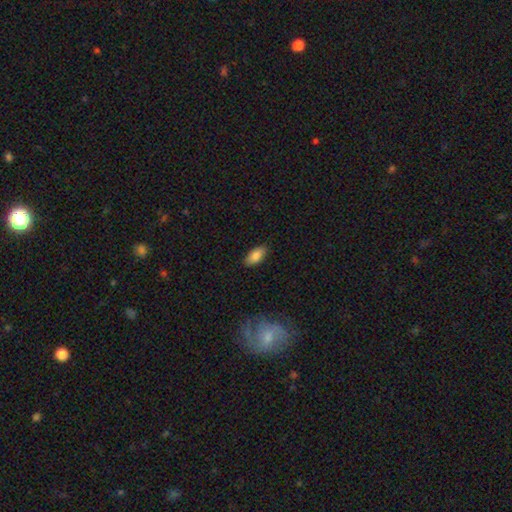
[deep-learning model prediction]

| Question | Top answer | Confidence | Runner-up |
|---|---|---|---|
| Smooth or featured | smooth | 84% | featured or disk (9%) |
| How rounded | in between | 90% | cigar-shaped (8%) |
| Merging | none | 86% | minor disturbance (10%) |